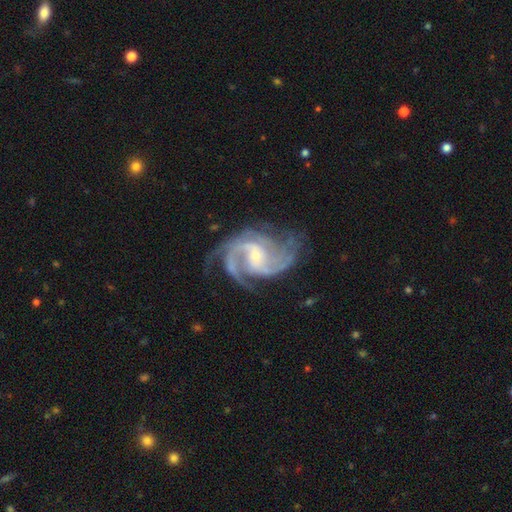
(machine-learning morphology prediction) A featured or disk galaxy (92%) with no bar (43%), 2 (38%) medium (55%) spiral arms (98%) and a small central bulge (72%).

Vote fractions:
- Smooth or featured? featured or disk: 92% / star or artifact: 5% / smooth: 3%
- Edge-on disk? no: 98% / yes: 2%
- Bar? no: 43% / weak: 41% / strong: 16%
- Spiral arms? yes: 98% / no: 2%
- Spiral winding? medium: 55% / tight: 30% / loose: 15%
- Spiral arm count? 2: 38% / 3: 31% / 4: 10% / can't tell: 10% / more than 4: 6% / 1: 6%
- Bulge size? small: 72% / moderate: 23% / none: 2% / large: 2% / dominant: 1%
- Merging? none: 66% / minor disturbance: 19% / major disturbance: 14% / merger: 2%